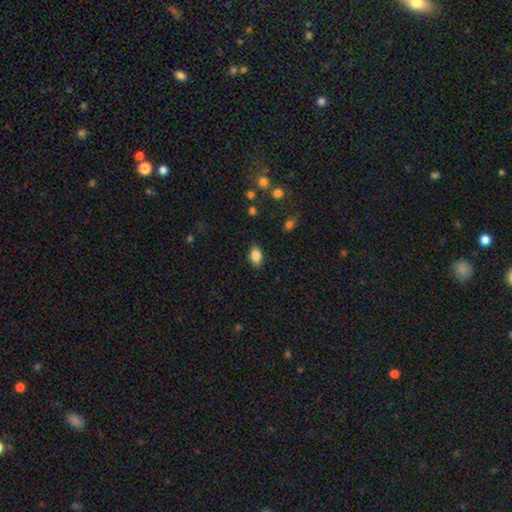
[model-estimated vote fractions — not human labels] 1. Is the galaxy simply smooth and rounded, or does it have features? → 86% smooth, 9% star or artifact, 5% featured or disk.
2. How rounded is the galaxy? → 86% in between, 13% round, 1% cigar-shaped.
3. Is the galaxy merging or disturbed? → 86% none, 10% minor disturbance, 3% major disturbance, 1% merger.